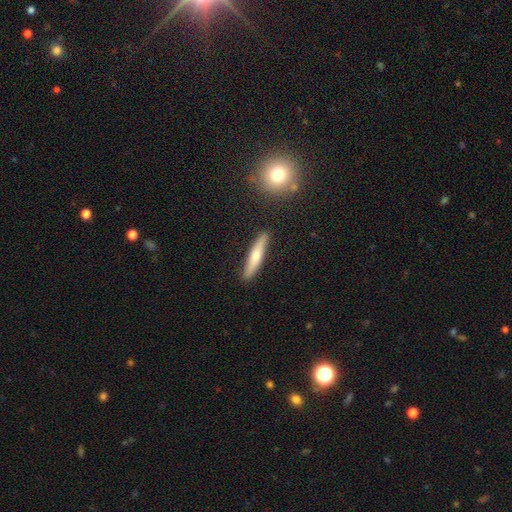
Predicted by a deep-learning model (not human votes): Smooth or featured: featured or disk — 50% (smooth — 43%)
Merging: none — 89% (minor disturbance — 7%)